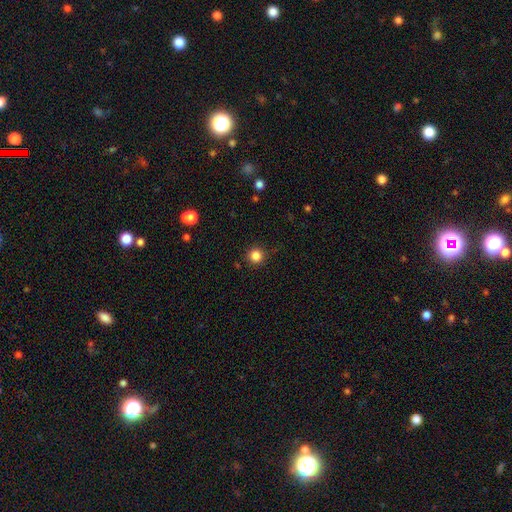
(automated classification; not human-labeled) Q: Smooth or featured?
A: smooth (84%); runner-up: star or artifact (12%)
Q: How rounded?
A: round (95%); runner-up: in between (4%)
Q: Merging?
A: none (88%); runner-up: minor disturbance (8%)